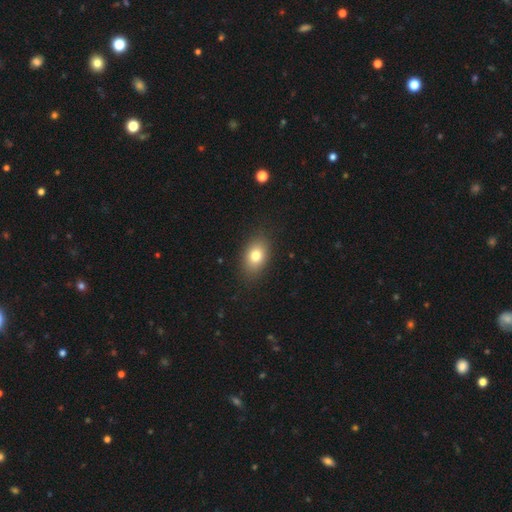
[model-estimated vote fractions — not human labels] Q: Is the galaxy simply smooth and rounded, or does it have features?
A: smooth — 78%.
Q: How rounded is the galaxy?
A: in between — 79%.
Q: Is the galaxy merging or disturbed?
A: none — 87%.